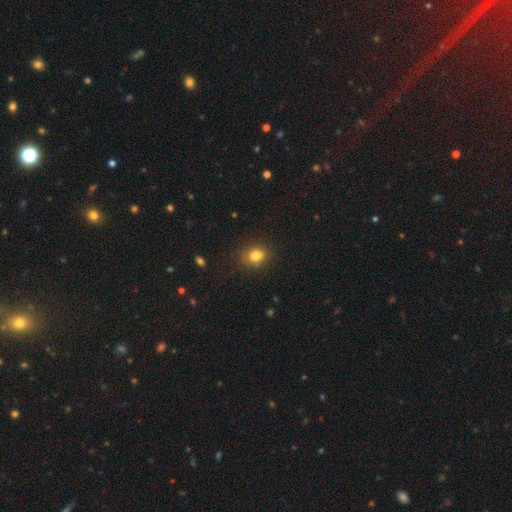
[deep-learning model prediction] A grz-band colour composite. It shows a smooth galaxy with no disk features (79%) that is round (56%). Merging: none (77%).